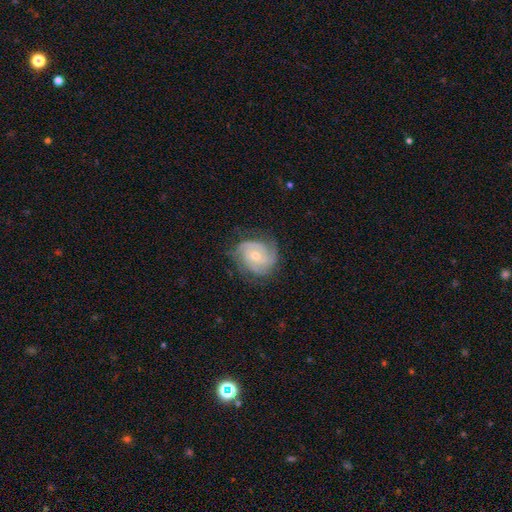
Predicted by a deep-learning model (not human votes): A featured or disk galaxy (85%) with no bar (69%), 3 (43%) tight (65%) spiral arms (97%) and a moderate central bulge (52%).

Vote fractions:
- Smooth or featured? featured or disk: 85% / smooth: 10% / star or artifact: 5%
- Edge-on disk? no: 98% / yes: 2%
- Bar? no: 69% / weak: 26% / strong: 5%
- Spiral arms? yes: 97% / no: 3%
- Spiral winding? tight: 65% / medium: 29% / loose: 5%
- Spiral arm count? 3: 43% / 2: 26% / can't tell: 15% / 4: 7% / 1: 4% / more than 4: 4%
- Bulge size? moderate: 52% / small: 45% / large: 1% / none: 1% / dominant: 1%
- Merging? none: 75% / minor disturbance: 18% / major disturbance: 6% / merger: 1%